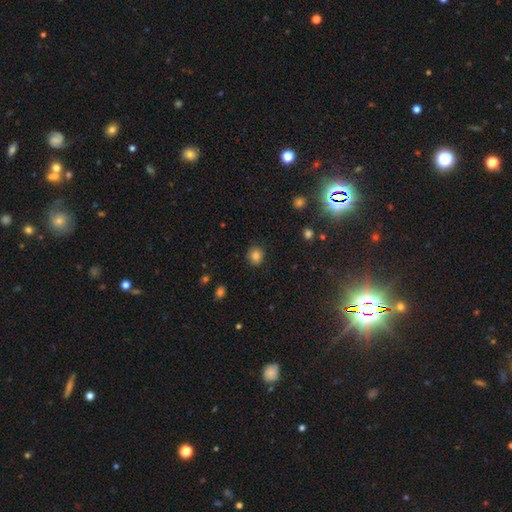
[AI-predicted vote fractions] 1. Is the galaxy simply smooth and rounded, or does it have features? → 83% smooth, 11% star or artifact, 6% featured or disk.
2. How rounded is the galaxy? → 83% round, 16% in between, 1% cigar-shaped.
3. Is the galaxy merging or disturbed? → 89% none, 7% minor disturbance, 2% major disturbance, 1% merger.